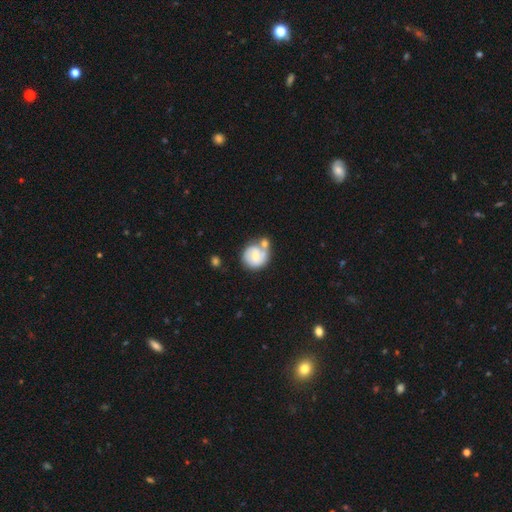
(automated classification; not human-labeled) This is possibly a featured or disk galaxy (53%). It is clearly not viewed edge-on (98%). Bar: likely no (62%). Spiral arm pattern: likely yes (75%). Central bulge: possibly small (51%). Merging: marginally none (39%).